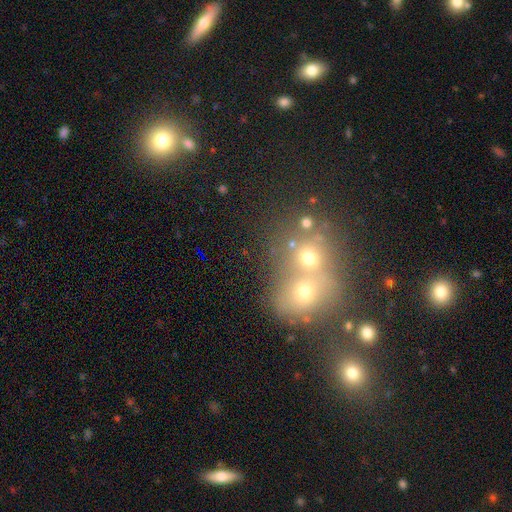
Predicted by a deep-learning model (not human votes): Overall: smooth (50%; star or artifact 30%). Merging: merger (55%; none 33%).